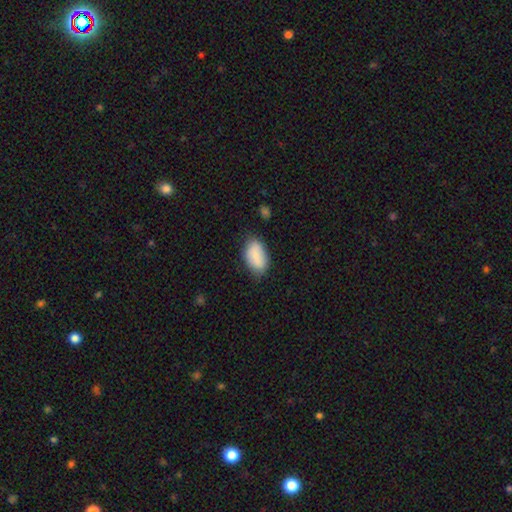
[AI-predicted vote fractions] smooth_or_featured: smooth (p=0.85) [alt: featured or disk p=0.08]
how_rounded: in between (p=0.93) [alt: round p=0.06]
merging: none (p=0.70) [alt: minor disturbance p=0.23]